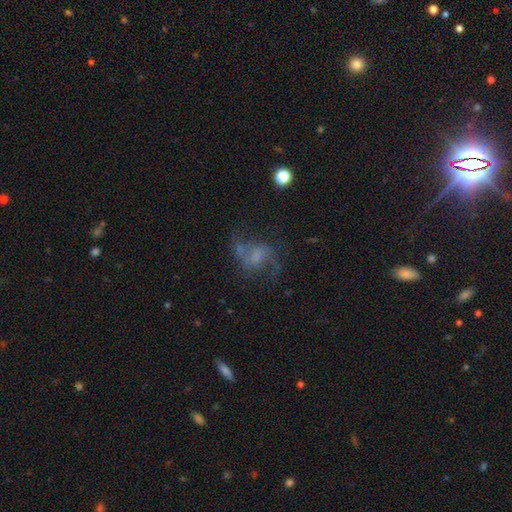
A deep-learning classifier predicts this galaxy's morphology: smooth-or-featured: featured or disk: 65% | smooth: 21% | star or artifact: 14%
  disk-edge-on: no: 97% | yes: 3%
    bar: no: 52% | weak: 39% | strong: 10%
    has-spiral-arms: yes: 79% | no: 21%
      spiral-winding: loose: 62% | medium: 31% | tight: 7%
      spiral-arm-count: 2: 80% | can't tell: 9% | 1: 5% | 3: 3% | 4: 2% | more than 4: 2%
    bulge-size: small: 47% | none: 26% | moderate: 22% | large: 3% | dominant: 1%
  merging: none: 48% | major disturbance: 25% | minor disturbance: 19% | merger: 8%